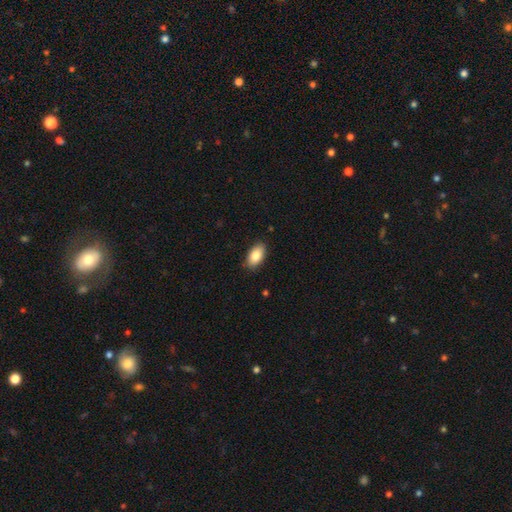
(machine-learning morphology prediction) This appears to be a smooth galaxy with no disk features (85%) that is in between round and cigar-shaped (93%). Merging: none (86%).